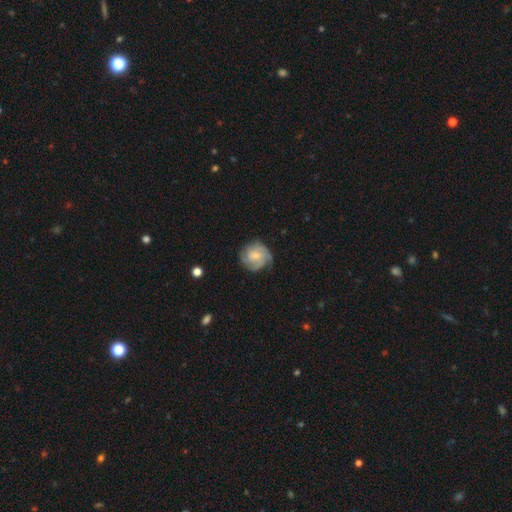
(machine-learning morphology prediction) Q: Smooth or featured?
A: featured or disk (64%); runner-up: smooth (29%)
Q: Edge-on disk?
A: no (98%); runner-up: yes (2%)
Q: Bar?
A: no (68%); runner-up: weak (28%)
Q: Spiral arms?
A: yes (90%); runner-up: no (10%)
Q: Spiral winding?
A: tight (56%); runner-up: medium (33%)
Q: Spiral arm count?
A: can't tell (33%); runner-up: 3 (28%)
Q: Bulge size?
A: small (62%); runner-up: moderate (30%)
Q: Merging?
A: none (67%); runner-up: minor disturbance (23%)